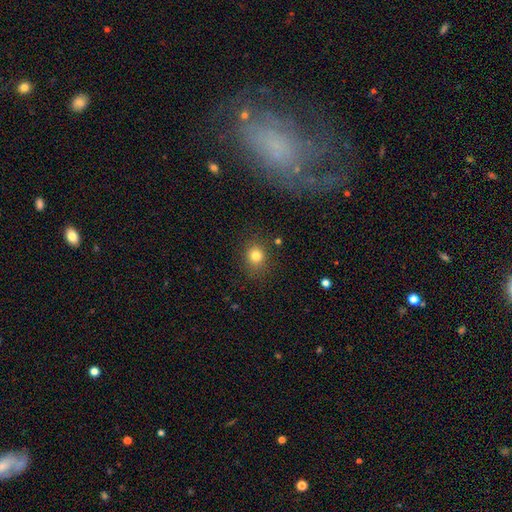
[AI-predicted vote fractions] smooth_or_featured: smooth (p=0.80) [alt: star or artifact p=0.13]
how_rounded: round (p=0.79) [alt: in between p=0.20]
merging: none (p=0.83) [alt: minor disturbance p=0.10]